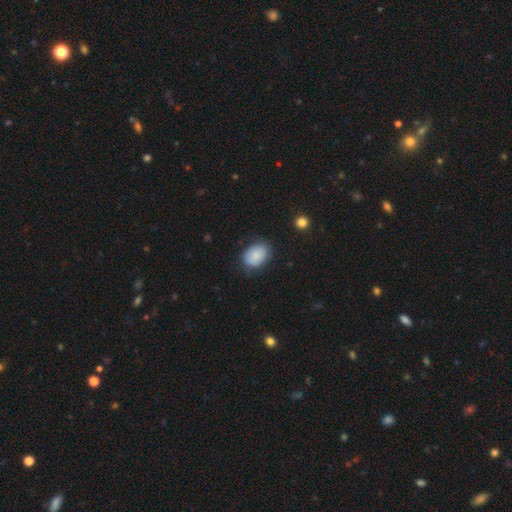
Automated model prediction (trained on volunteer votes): Morphology: type=smooth (84%); roundness=in between (73%); merging=none (77%).